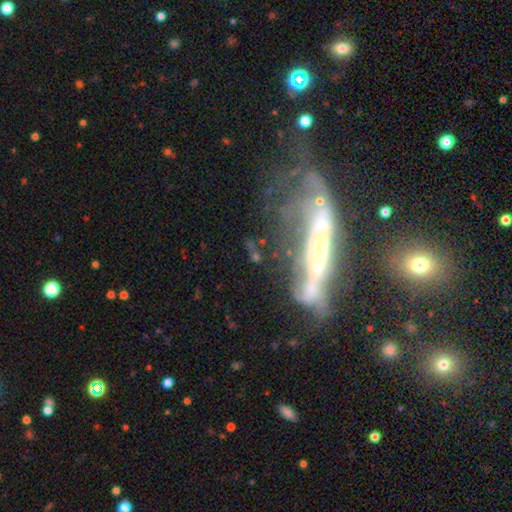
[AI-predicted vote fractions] The model was most divided on "merging": merger: 40%, none: 25%, major disturbance: 23%, minor disturbance: 13%. More confident: smooth or featured — featured or disk (64%); edge-on disk — no (63%).